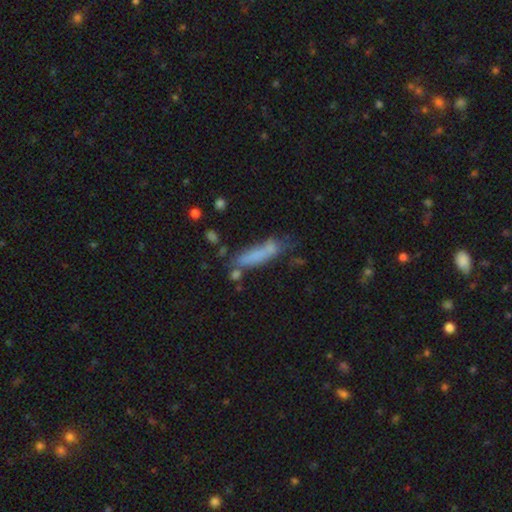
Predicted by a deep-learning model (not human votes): smooth_or_featured: smooth (p=0.71) [alt: featured or disk p=0.20]
how_rounded: cigar-shaped (p=0.77) [alt: in between p=0.20]
merging: none (p=0.48) [alt: minor disturbance p=0.26]